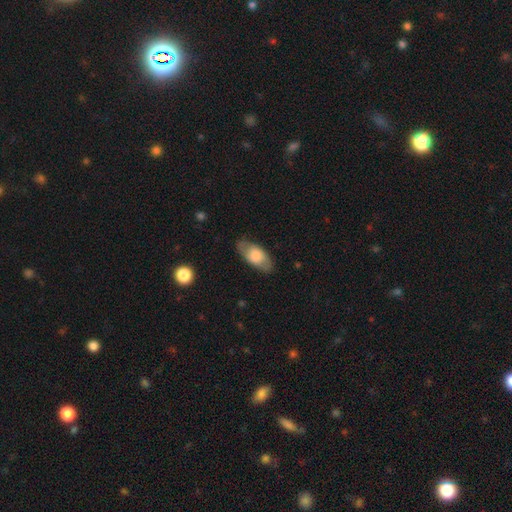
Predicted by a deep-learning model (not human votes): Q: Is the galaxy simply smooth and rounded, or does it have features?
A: smooth — 65%.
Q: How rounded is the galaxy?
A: in between — 89%.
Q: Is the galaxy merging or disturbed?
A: none — 79%.